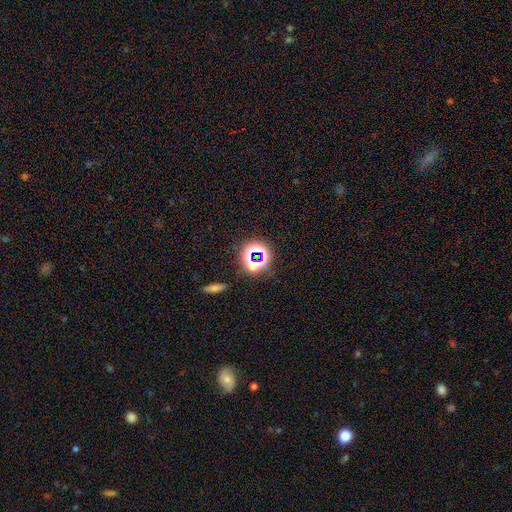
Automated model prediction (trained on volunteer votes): Smooth or featured?
  - star or artifact: 64% *
  - smooth: 26%
  - featured or disk: 10%